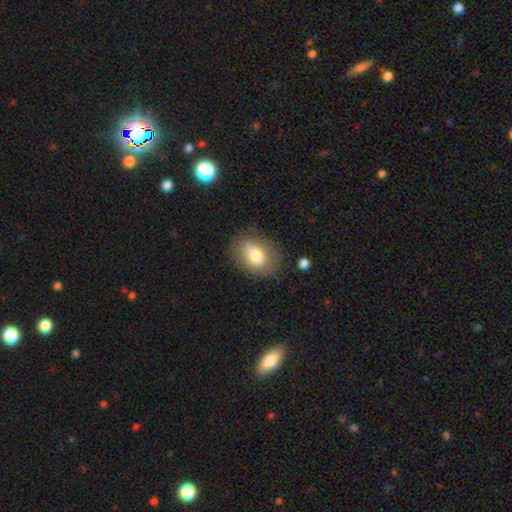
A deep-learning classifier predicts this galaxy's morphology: Smooth or featured?
  - smooth: 69% *
  - featured or disk: 22%
  - star or artifact: 9%
How rounded?
  - in between: 68% *
  - round: 31%
  - cigar-shaped: 2%
Merging?
  - none: 70% *
  - minor disturbance: 19%
  - major disturbance: 6%
  - merger: 4%